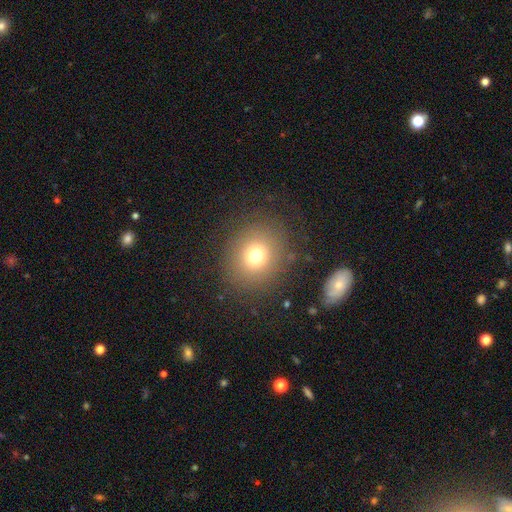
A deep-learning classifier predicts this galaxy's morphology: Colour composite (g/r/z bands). It shows a smooth galaxy with no disk features (72%) that is round (77%). Merging: none (83%).